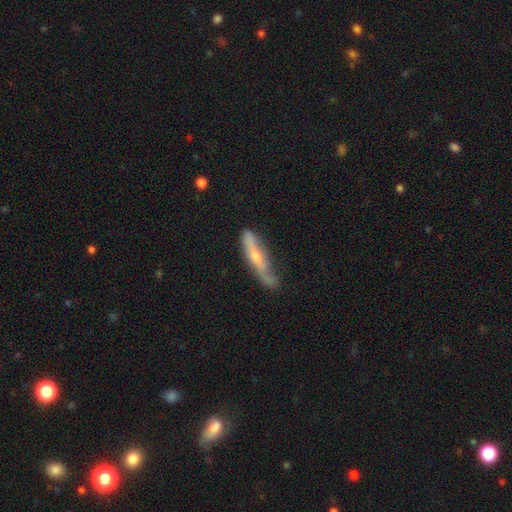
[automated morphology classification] Overall: featured or disk (55%; smooth 38%). Edge-on disk: yes (66%; no 34%). Merging: none (47%; minor disturbance 34%).